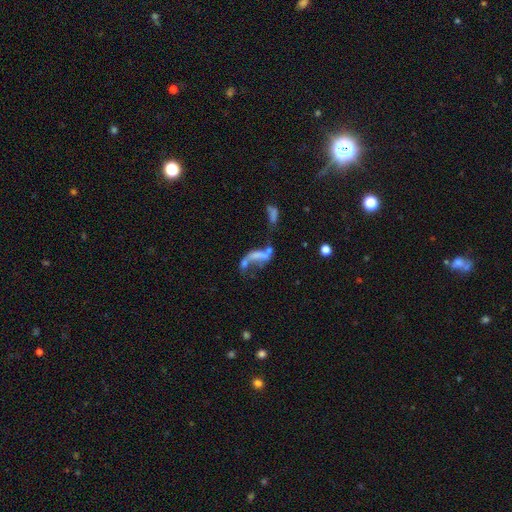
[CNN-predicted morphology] Overall: featured or disk (51%; smooth 27%). Edge-on disk: no (90%). Merging: merger (36%; major disturbance 30%).